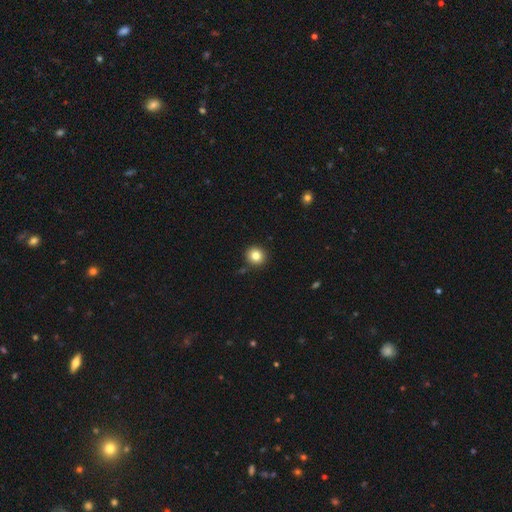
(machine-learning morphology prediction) Smooth or featured?
  - smooth: 83% *
  - star or artifact: 11%
  - featured or disk: 7%
How rounded?
  - round: 89% *
  - in between: 10%
  - cigar-shaped: 1%
Merging?
  - none: 89% *
  - minor disturbance: 7%
  - merger: 2%
  - major disturbance: 2%